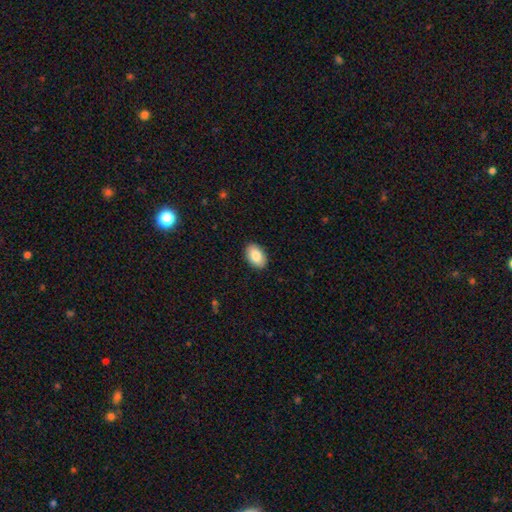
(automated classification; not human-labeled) Q: Smooth or featured?
A: smooth (86%); runner-up: featured or disk (8%)
Q: How rounded?
A: in between (90%); runner-up: round (9%)
Q: Merging?
A: none (90%); runner-up: minor disturbance (7%)